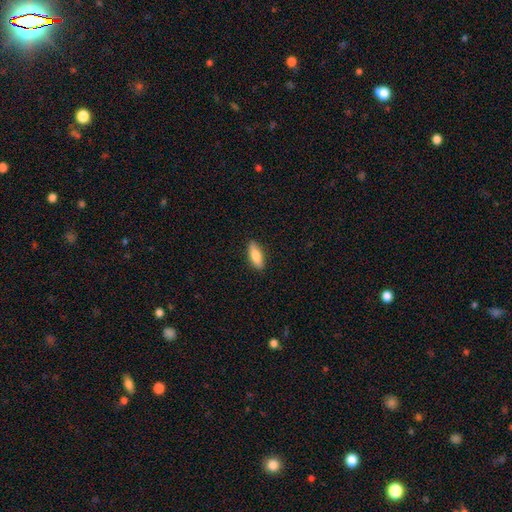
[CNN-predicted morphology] Q: Smooth or featured?
A: smooth (78%); runner-up: featured or disk (16%)
Q: How rounded?
A: in between (65%); runner-up: cigar-shaped (33%)
Q: Merging?
A: none (88%); runner-up: minor disturbance (9%)